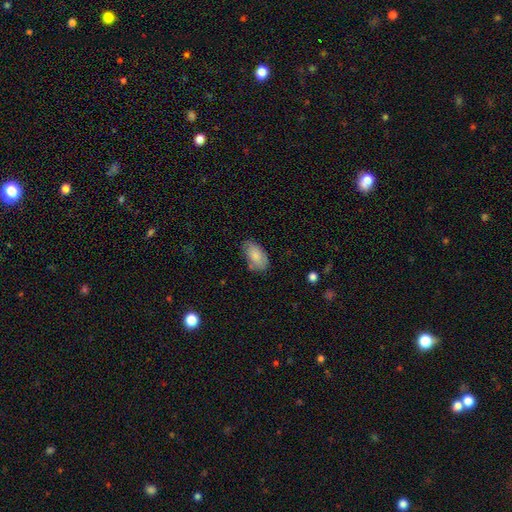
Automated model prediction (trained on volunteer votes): Smooth or featured? smooth (81%)
How rounded? in between (94%)
Merging? none (70%)